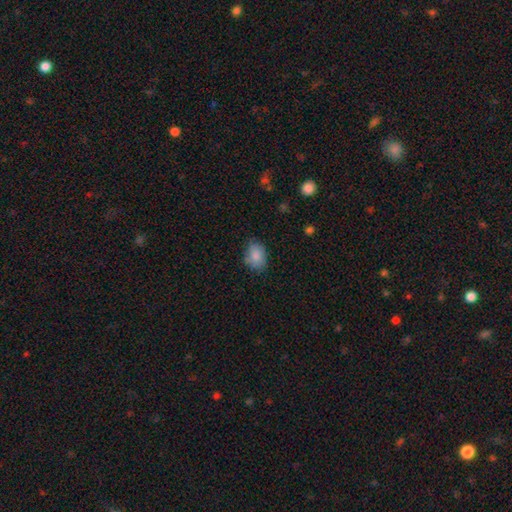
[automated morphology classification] Smooth or featured: smooth — 84% (featured or disk — 9%)
How rounded: in between — 69% (round — 30%)
Merging: none — 74% (minor disturbance — 20%)